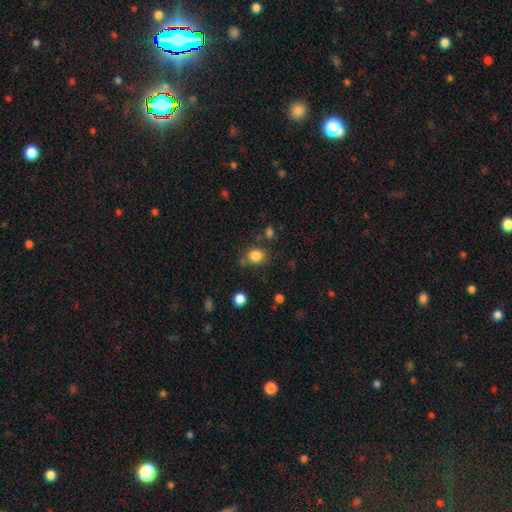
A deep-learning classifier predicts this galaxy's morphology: Smooth or featured? Predicted: smooth (p=0.83). How rounded? Predicted: round (p=0.74). Merging? Predicted: none (p=0.72).